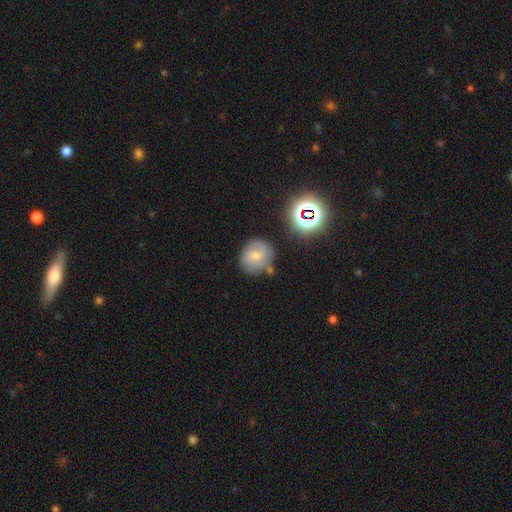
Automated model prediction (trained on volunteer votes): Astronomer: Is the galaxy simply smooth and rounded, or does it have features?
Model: smooth — 44% (runner-up: featured or disk, 43%).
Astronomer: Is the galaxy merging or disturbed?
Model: none — 69%.